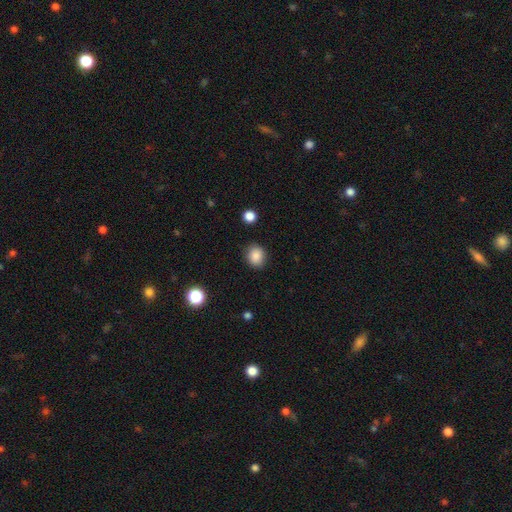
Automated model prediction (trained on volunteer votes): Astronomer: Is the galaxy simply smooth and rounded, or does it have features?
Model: smooth — 86%.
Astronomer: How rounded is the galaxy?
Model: round — 67%.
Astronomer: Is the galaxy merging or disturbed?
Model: none — 87%.